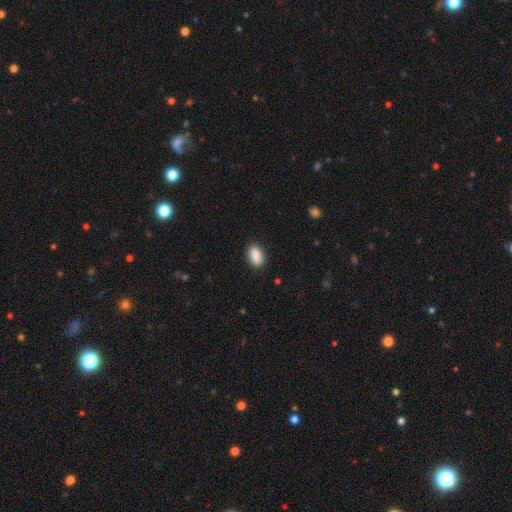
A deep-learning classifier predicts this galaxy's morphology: smooth 89%, star or artifact 7%, featured or disk 5%. Down the decision tree: how rounded — in between (89%); merging — none (87%).